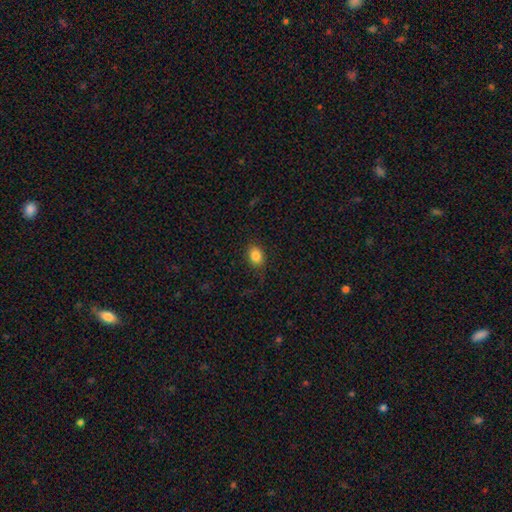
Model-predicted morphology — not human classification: Overall: smooth (85%). How rounded: in between (66%; round 33%). Merging: none (79%).